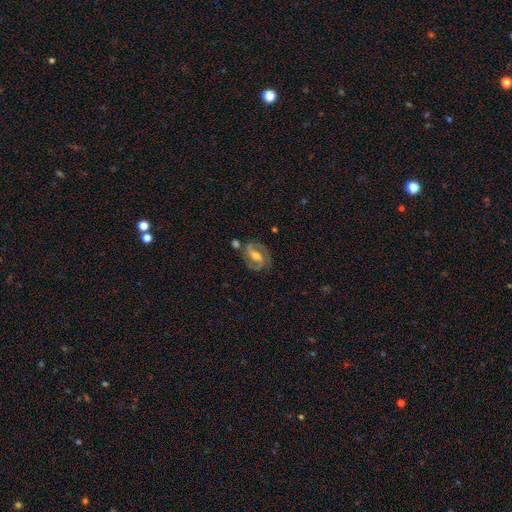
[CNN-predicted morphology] Q: Smooth or featured?
A: featured or disk (85%); runner-up: smooth (9%)
Q: Edge-on disk?
A: no (97%); runner-up: yes (3%)
Q: Bar?
A: strong (41%); runner-up: weak (40%)
Q: Spiral arms?
A: yes (95%); runner-up: no (5%)
Q: Spiral winding?
A: medium (52%); runner-up: tight (36%)
Q: Spiral arm count?
A: 2 (90%); runner-up: can't tell (4%)
Q: Bulge size?
A: moderate (62%); runner-up: small (29%)
Q: Merging?
A: none (76%); runner-up: minor disturbance (14%)